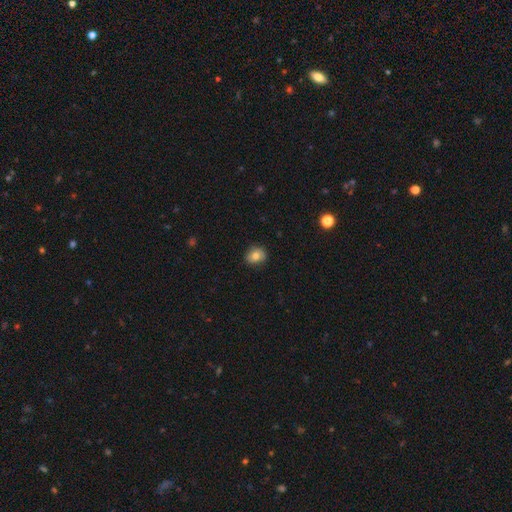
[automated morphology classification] Smooth or featured? Predicted: smooth (p=0.76). How rounded? Predicted: round (p=0.56). Merging? Predicted: none (p=0.83).